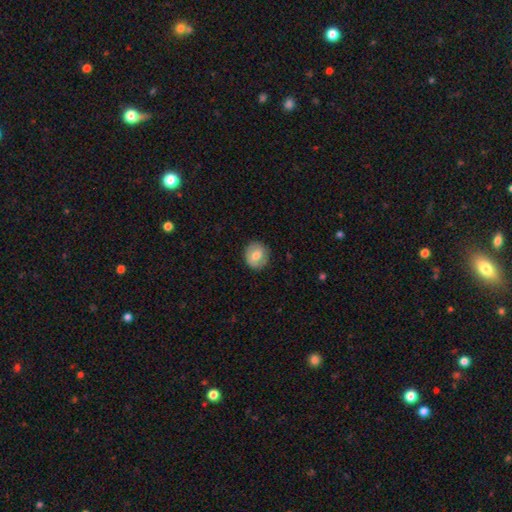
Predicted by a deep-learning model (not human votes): This appears to be a smooth galaxy with no disk features (71%) that is round (83%). Merging: none (85%).